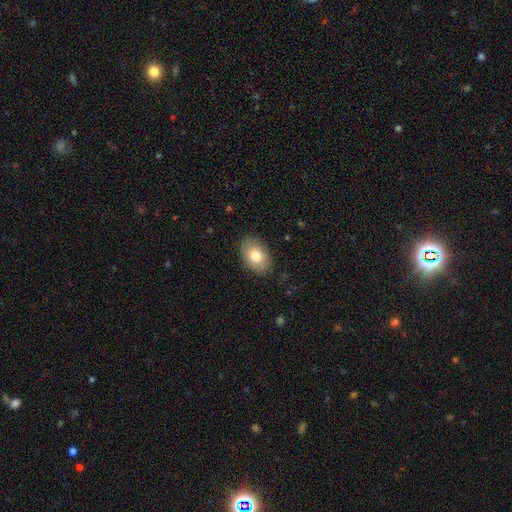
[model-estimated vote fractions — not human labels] Q: Smooth or featured?
A: smooth (78%); runner-up: featured or disk (15%)
Q: How rounded?
A: in between (84%); runner-up: round (15%)
Q: Merging?
A: none (85%); runner-up: minor disturbance (11%)